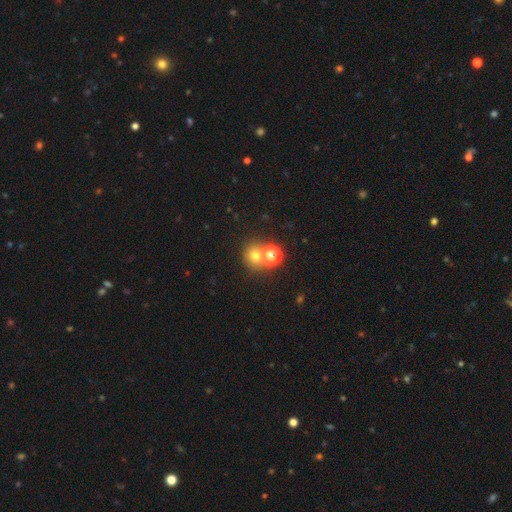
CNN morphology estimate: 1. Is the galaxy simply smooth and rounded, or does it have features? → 68% smooth, 23% star or artifact, 10% featured or disk.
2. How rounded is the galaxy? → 80% round, 19% in between, 1% cigar-shaped.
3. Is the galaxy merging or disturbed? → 58% none, 31% merger, 7% minor disturbance, 4% major disturbance.